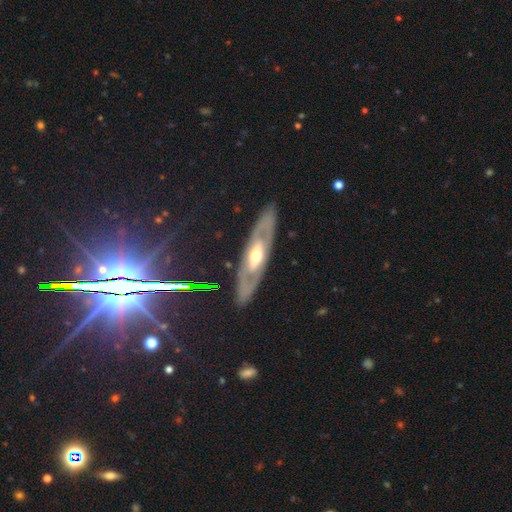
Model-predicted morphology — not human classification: This is likely a featured or disk galaxy (74%). It is likely not viewed edge-on (66%). Merging: clearly none (85%).